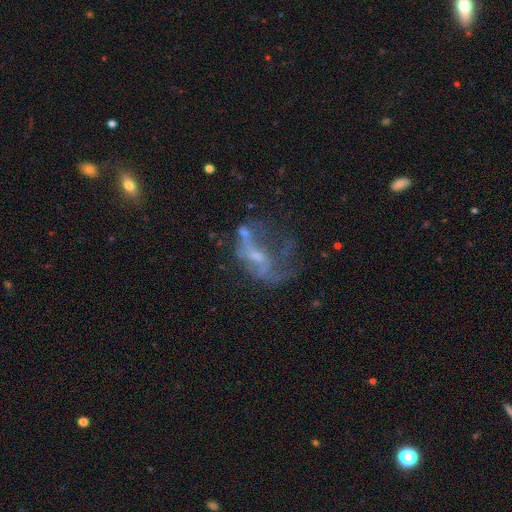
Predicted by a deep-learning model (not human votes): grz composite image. It shows a featured or disk galaxy (62%) with no bar (64%), no spiral arms (75%) and a small central bulge (42%). Merging: major disturbance (39%).